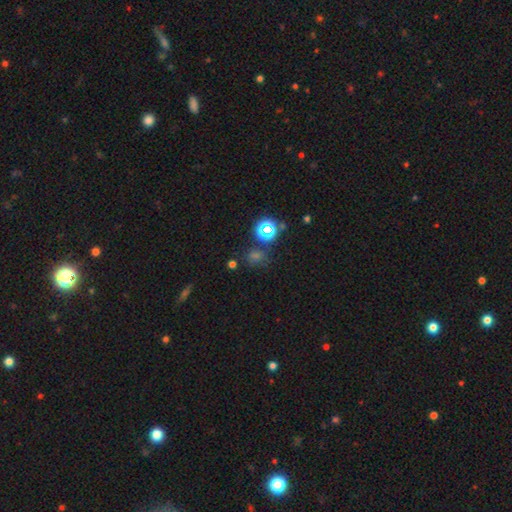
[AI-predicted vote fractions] The model was most divided on "smooth or featured": star or artifact: 48%, smooth: 43%, featured or disk: 9%.